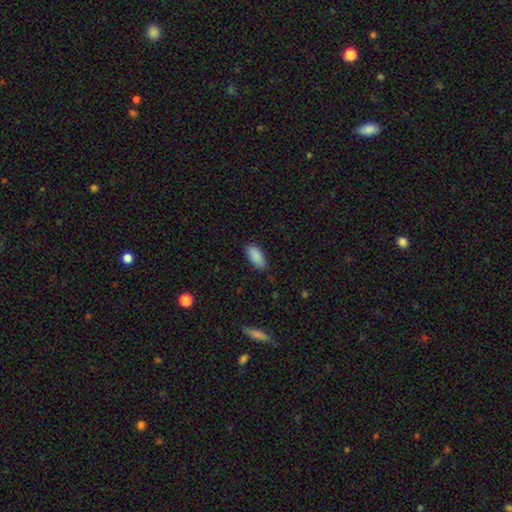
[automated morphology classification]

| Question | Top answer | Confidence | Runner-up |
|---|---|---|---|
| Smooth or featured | smooth | 89% | star or artifact (7%) |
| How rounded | in between | 89% | cigar-shaped (9%) |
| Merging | none | 82% | minor disturbance (14%) |